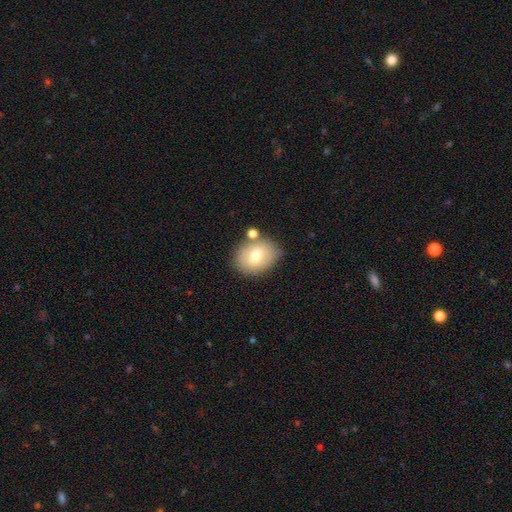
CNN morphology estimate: Smooth or featured?
  - smooth: 72% *
  - featured or disk: 20%
  - star or artifact: 8%
How rounded?
  - in between: 61% *
  - round: 38%
  - cigar-shaped: 1%
Merging?
  - none: 74% *
  - minor disturbance: 13%
  - merger: 9%
  - major disturbance: 3%